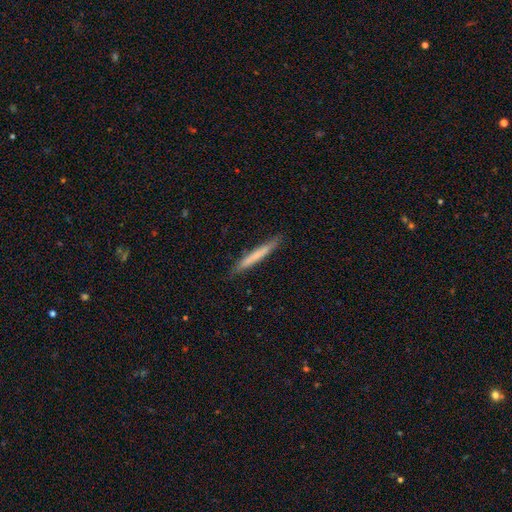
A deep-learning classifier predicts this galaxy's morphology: type=smooth (67%); roundness=cigar-shaped (97%); merging=none (87%).